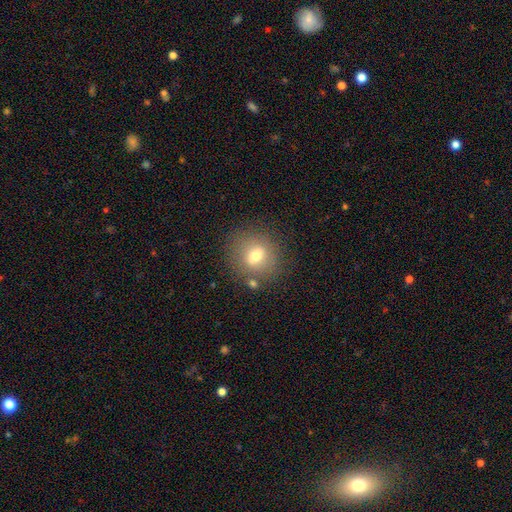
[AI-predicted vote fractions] The model was most divided on "smooth or featured": smooth: 66%, featured or disk: 21%, star or artifact: 12%. More confident: how rounded — round (79%); merging — none (79%).